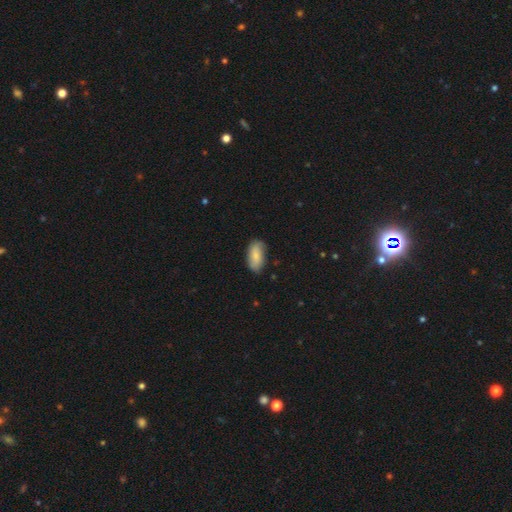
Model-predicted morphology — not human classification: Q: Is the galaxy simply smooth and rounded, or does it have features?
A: smooth — 79%.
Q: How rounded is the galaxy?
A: in between — 90%.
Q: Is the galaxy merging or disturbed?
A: none — 76%.